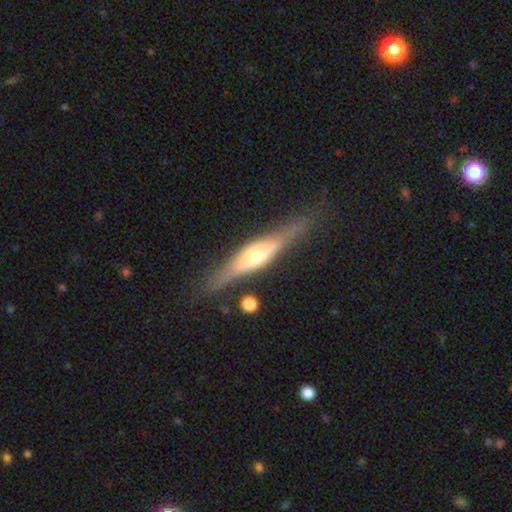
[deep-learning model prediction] Smooth or featured? featured or disk (72%)
Edge-on disk? yes (95%)
Edge-on bulge? rounded (79%)
Merging? none (82%)